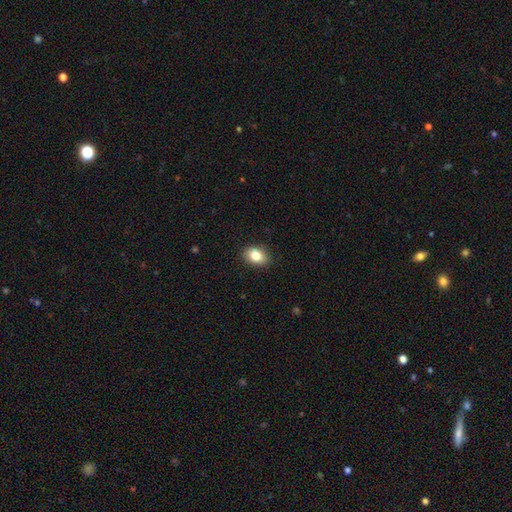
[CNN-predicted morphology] Q: Smooth or featured?
A: smooth (82%); runner-up: featured or disk (10%)
Q: How rounded?
A: in between (75%); runner-up: round (23%)
Q: Merging?
A: none (89%); runner-up: minor disturbance (8%)